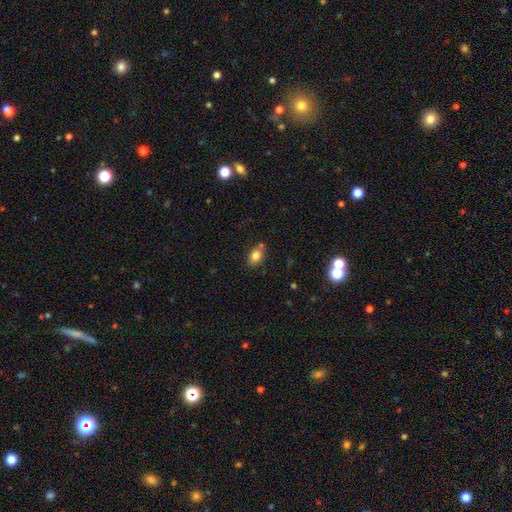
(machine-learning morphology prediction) This appears to be a smooth galaxy with no disk features (81%) that is in between round and cigar-shaped (75%). Merging: none (70%).